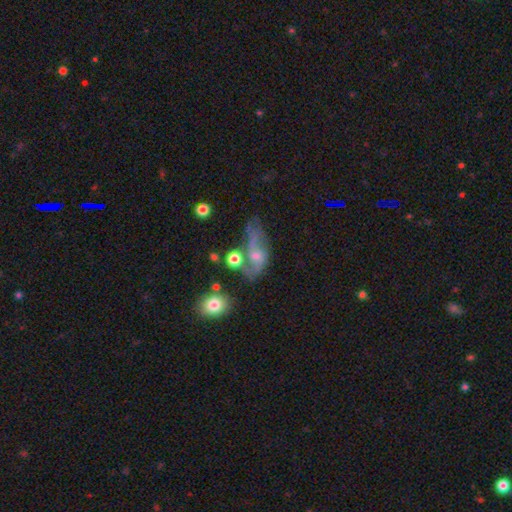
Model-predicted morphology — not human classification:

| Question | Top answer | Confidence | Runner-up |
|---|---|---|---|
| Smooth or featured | featured or disk | 59% | smooth (28%) |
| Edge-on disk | no | 88% | yes (12%) |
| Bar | no | 64% | weak (29%) |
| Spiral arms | yes | 68% | no (32%) |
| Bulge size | small | 48% | moderate (36%) |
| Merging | none | 32% | major disturbance (30%) |